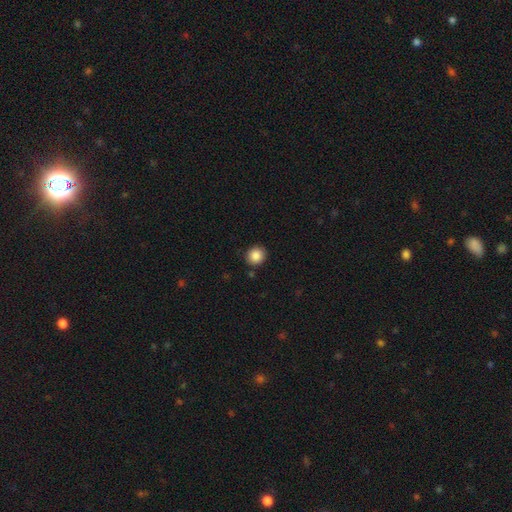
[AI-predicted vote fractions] This is clearly a smooth galaxy (87%). How rounded: clearly round (89%). Merging: clearly none (88%).